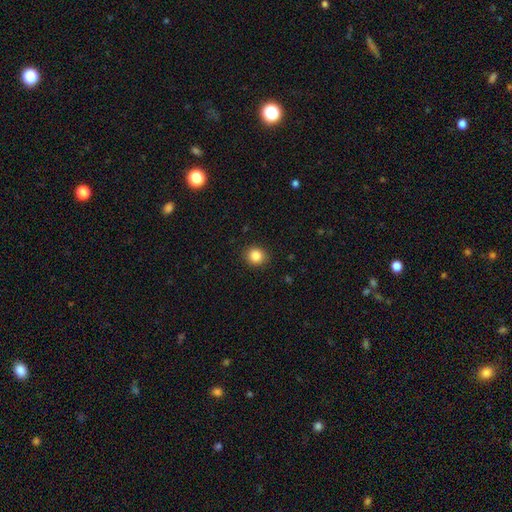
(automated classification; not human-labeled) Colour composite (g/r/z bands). It shows a smooth galaxy with no disk features (85%) that is round (87%). Merging: none (91%).